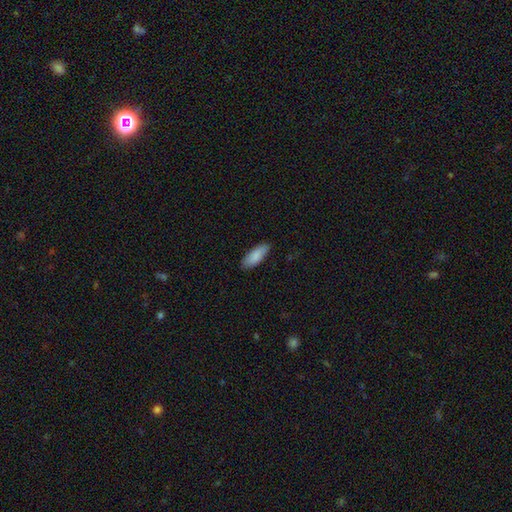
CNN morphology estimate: The model was most divided on "how rounded": in between: 76%, cigar-shaped: 22%, round: 2%. More confident: smooth or featured — smooth (88%); merging — none (86%).